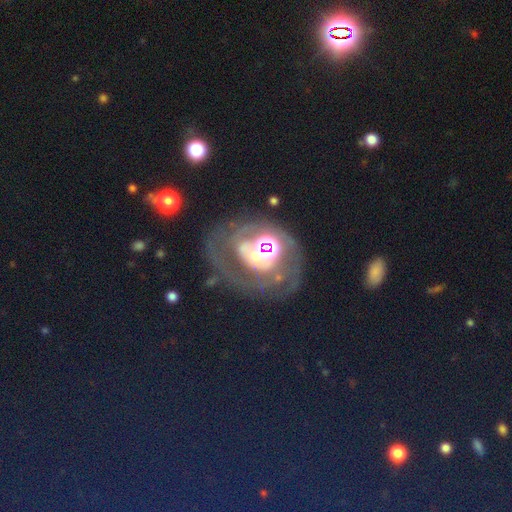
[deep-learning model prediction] Smooth or featured? Predicted: featured or disk (p=0.69). Edge-on disk? Predicted: no (p=0.96). Bar? Predicted: no (p=0.67). Spiral arms? Predicted: yes (p=0.61). Bulge size? Predicted: moderate (p=0.41). Merging? Predicted: none (p=0.46).